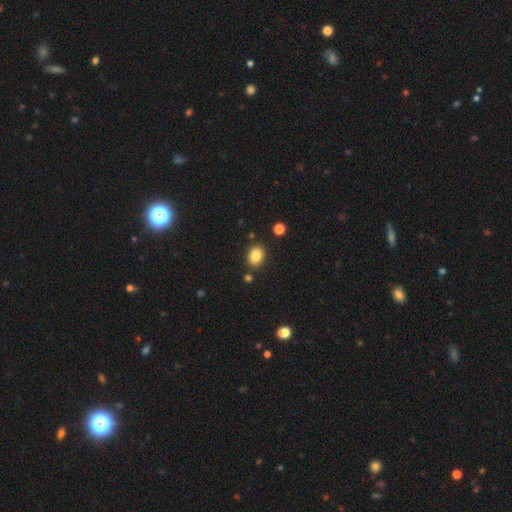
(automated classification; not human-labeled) This is clearly a smooth galaxy (85%). How rounded: likely in between (69%). Merging: clearly none (84%).